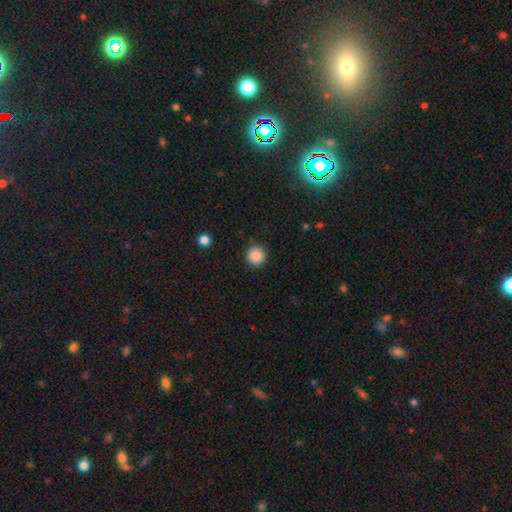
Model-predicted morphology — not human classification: smooth_or_featured: smooth (p=0.88) [alt: star or artifact p=0.09]
how_rounded: round (p=0.95) [alt: in between p=0.04]
merging: none (p=0.91) [alt: minor disturbance p=0.06]